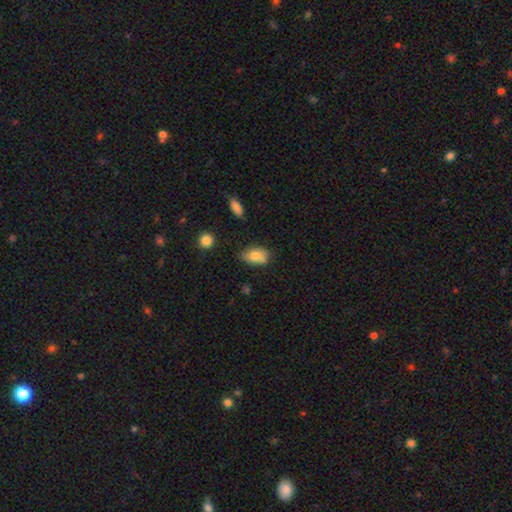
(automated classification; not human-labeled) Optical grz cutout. It shows a smooth galaxy with no disk features (77%) that is in between round and cigar-shaped (88%). Merging: none (61%).